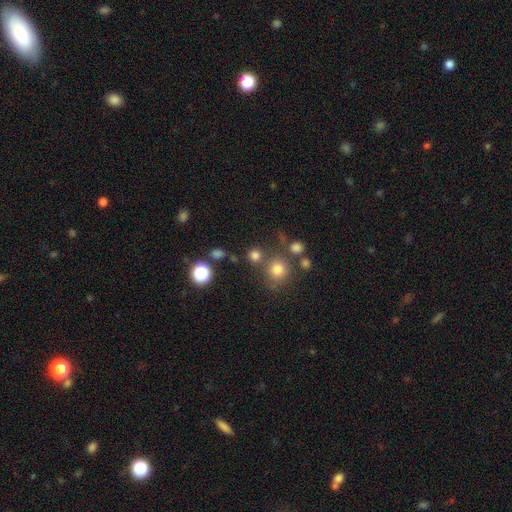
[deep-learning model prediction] Morphology: type=smooth (72%); roundness=round (89%); merging=none (71%).